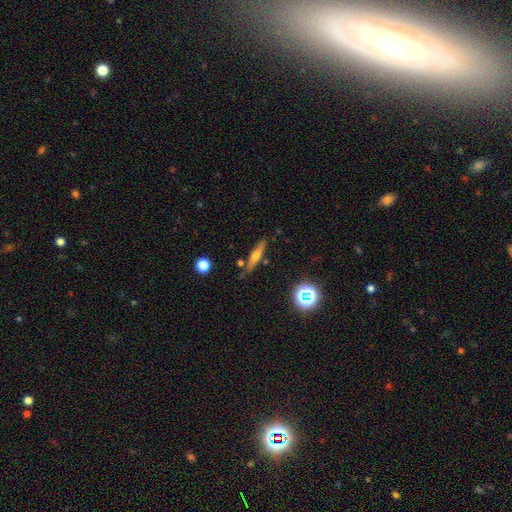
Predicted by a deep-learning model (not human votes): Smooth or featured? Predicted: featured or disk (p=0.47). Merging? Predicted: none (p=0.81).